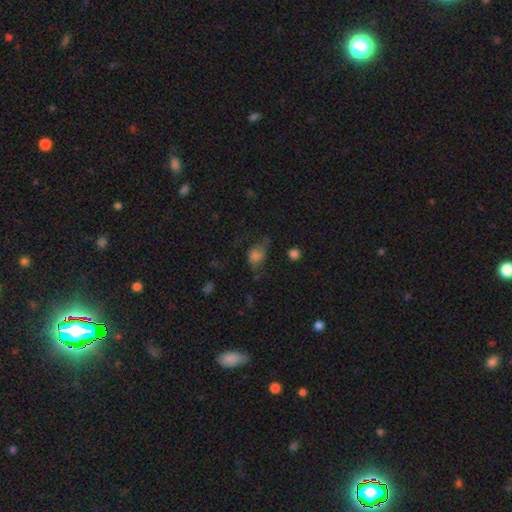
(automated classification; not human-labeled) Smooth or featured? smooth (70%)
How rounded? in between (64%)
Merging? none (37%)